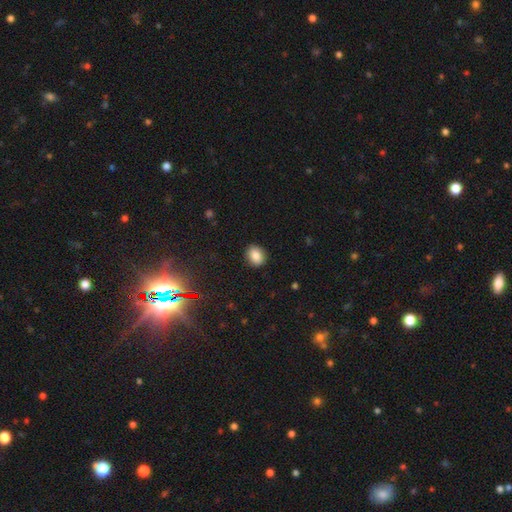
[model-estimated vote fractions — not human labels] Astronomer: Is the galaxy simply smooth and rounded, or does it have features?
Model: smooth — 85%.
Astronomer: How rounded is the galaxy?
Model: in between — 52% (runner-up: round, 47%).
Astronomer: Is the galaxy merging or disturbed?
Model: none — 89%.